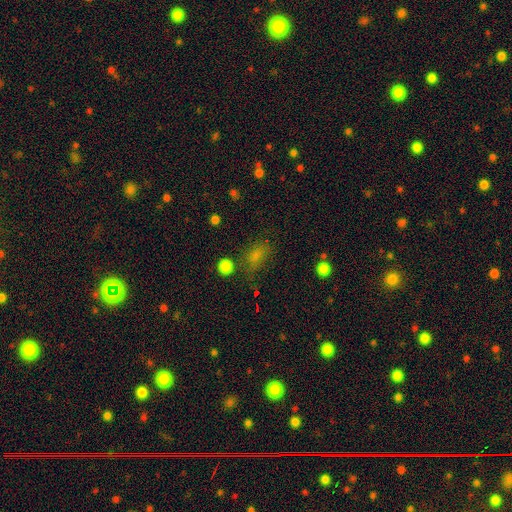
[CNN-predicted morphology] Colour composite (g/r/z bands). It shows a smooth galaxy with no disk features (63%) that is in between round and cigar-shaped (73%). Merging: none (63%).